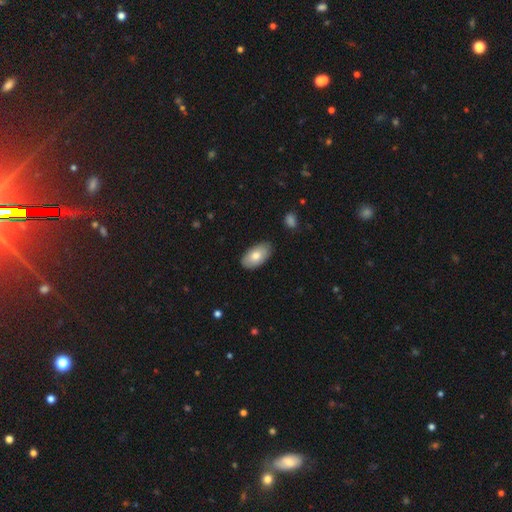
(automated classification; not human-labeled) This appears to be a smooth galaxy with no disk features (76%) that is in between round and cigar-shaped (95%). Merging: none (84%).